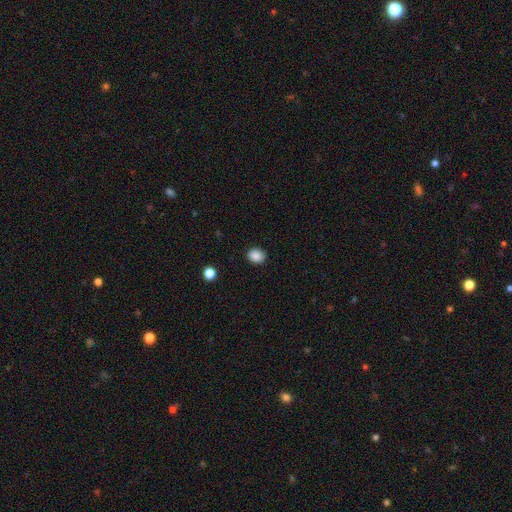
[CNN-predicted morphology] The model was most divided on "how rounded": round: 59%, in between: 40%, cigar-shaped: 1%. More confident: merging — none (90%); smooth or featured — smooth (88%).